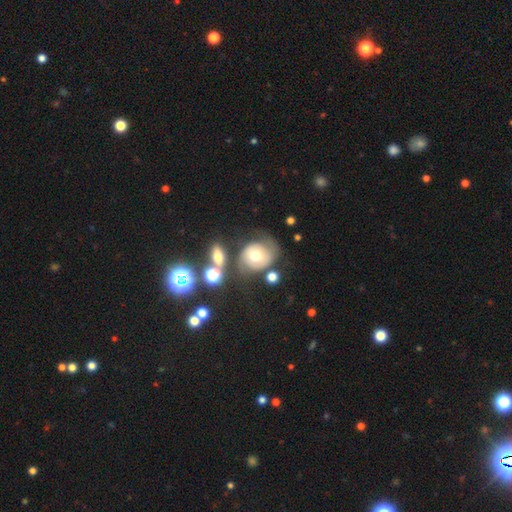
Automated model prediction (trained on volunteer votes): smooth-or-featured: featured or disk: 49% | smooth: 40% | star or artifact: 11%
  merging: none: 50% | minor disturbance: 23% | major disturbance: 15% | merger: 12%